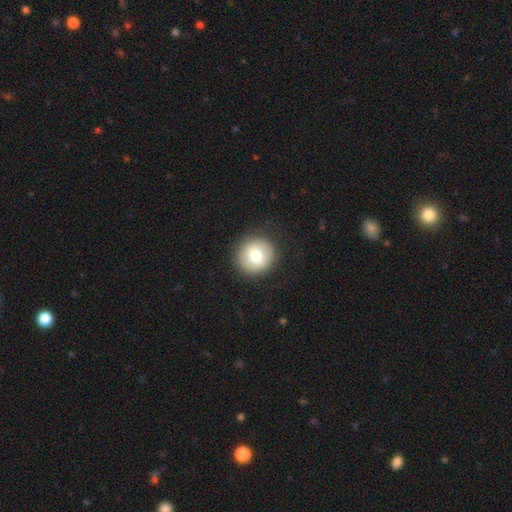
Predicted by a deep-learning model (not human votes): Smooth or featured? Predicted: smooth (p=0.73). How rounded? Predicted: round (p=0.91). Merging? Predicted: none (p=0.89).